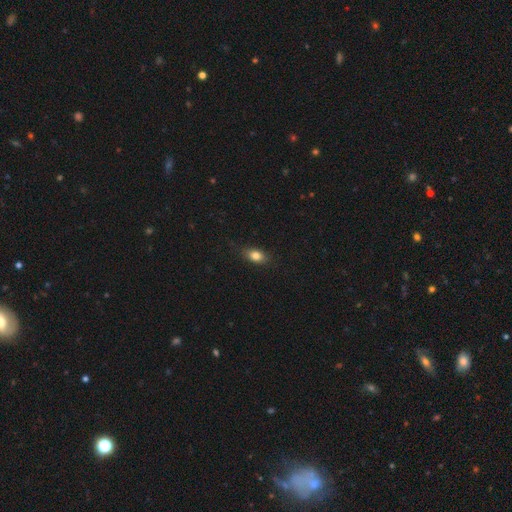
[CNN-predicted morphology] Smooth or featured?
  - smooth: 82% *
  - star or artifact: 9%
  - featured or disk: 9%
How rounded?
  - in between: 80% *
  - round: 15%
  - cigar-shaped: 5%
Merging?
  - none: 82% *
  - minor disturbance: 14%
  - major disturbance: 3%
  - merger: 1%